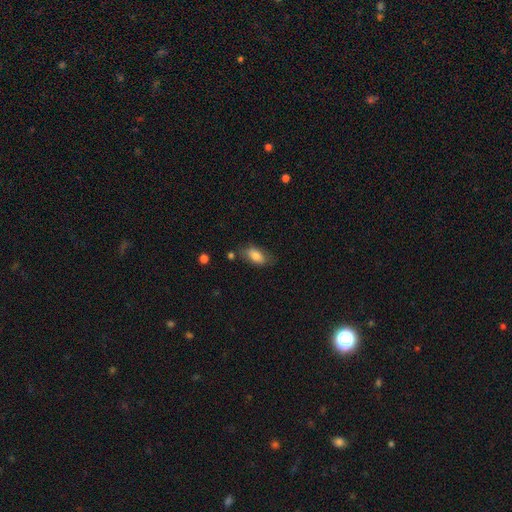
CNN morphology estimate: A smooth galaxy with no disk features (79%) that is in between round and cigar-shaped (87%).

Vote fractions:
- Smooth or featured? smooth: 79% / featured or disk: 14% / star or artifact: 7%
- How rounded? in between: 87% / cigar-shaped: 9% / round: 4%
- Merging? none: 69% / minor disturbance: 21% / major disturbance: 6% / merger: 4%